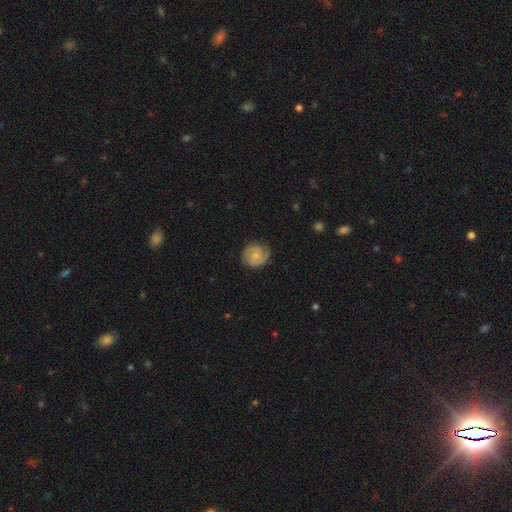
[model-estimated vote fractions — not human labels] A featured or disk galaxy (79%) with no bar (58%), 2 (84%) tight (56%) spiral arms (97%) and a small central bulge (53%). Merging: none (81%).